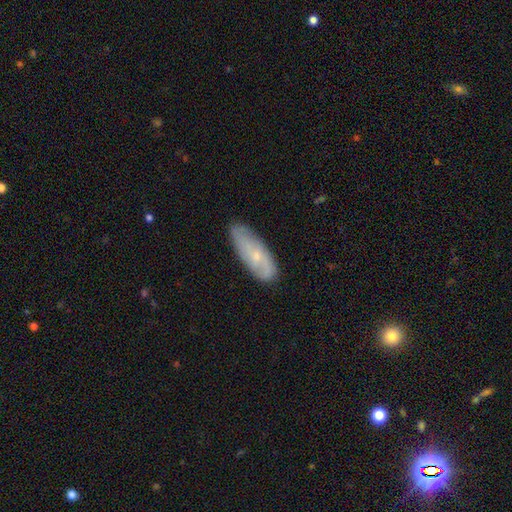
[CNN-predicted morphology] smooth 47%, featured or disk 46%, star or artifact 7%. Down the decision tree: merging — none (74%).